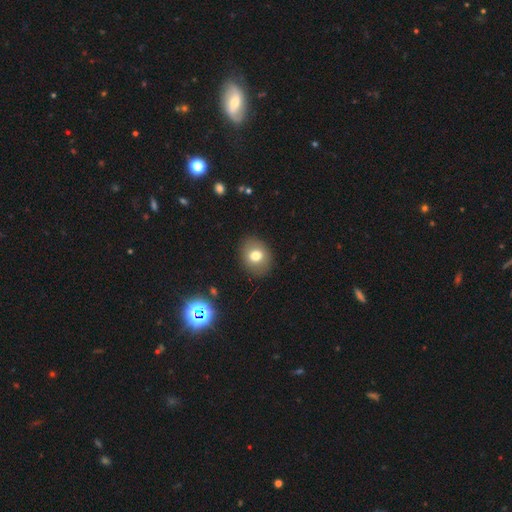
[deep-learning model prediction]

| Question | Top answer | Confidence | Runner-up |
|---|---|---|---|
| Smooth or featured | smooth | 74% | featured or disk (14%) |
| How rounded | round | 53% | in between (46%) |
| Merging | none | 88% | minor disturbance (8%) |